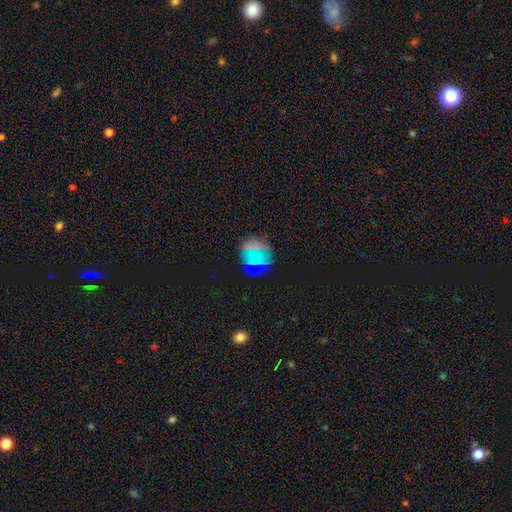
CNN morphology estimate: A smooth galaxy with no disk features (58%) that is round (85%). Merging: none (77%).